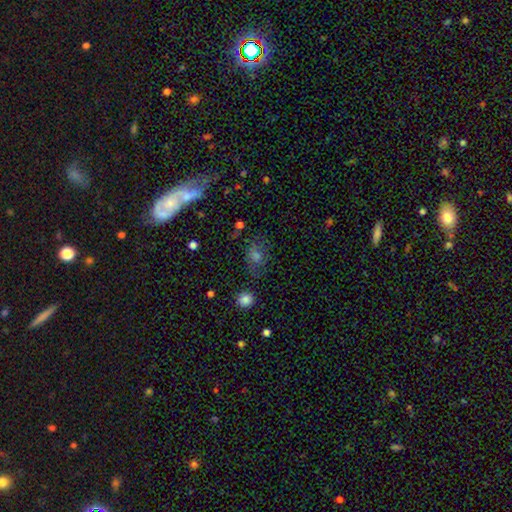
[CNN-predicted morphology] Overall: smooth (49%; featured or disk 29%). Merging: none (63%).